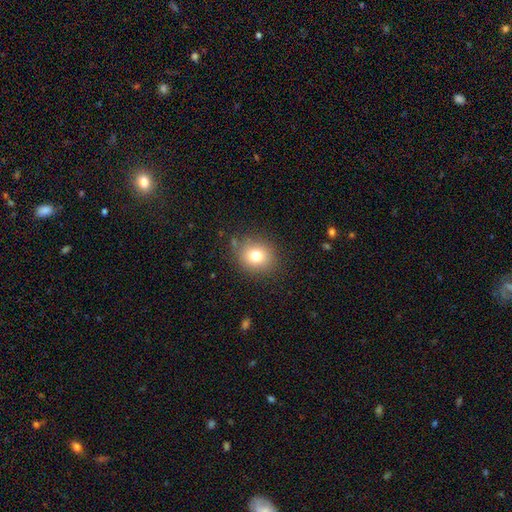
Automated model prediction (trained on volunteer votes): Morphology: type=smooth (77%); roundness=round (77%); merging=none (84%).